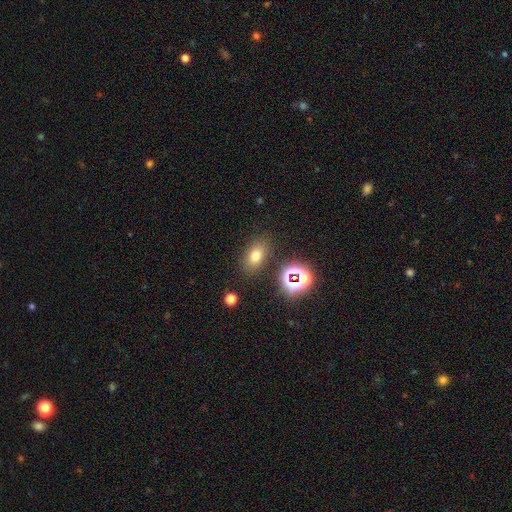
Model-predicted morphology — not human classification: This appears to be a smooth galaxy with no disk features (70%) that is in between round and cigar-shaped (80%). Merging: none (82%).